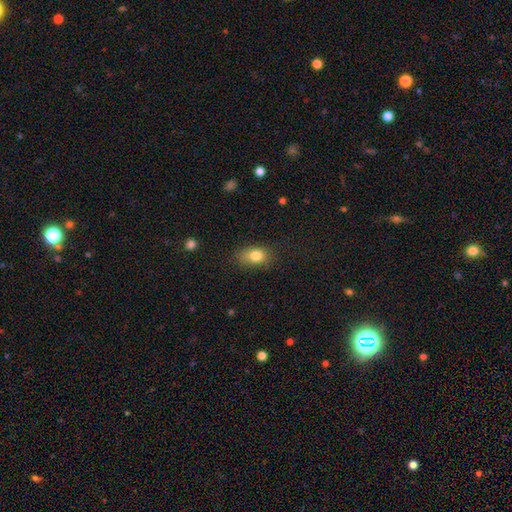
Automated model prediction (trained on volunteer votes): smooth-or-featured: smooth: 81% | star or artifact: 10% | featured or disk: 9%
  how-rounded: in between: 77% | round: 22% | cigar-shaped: 2%
  merging: none: 70% | minor disturbance: 22% | major disturbance: 7% | merger: 1%